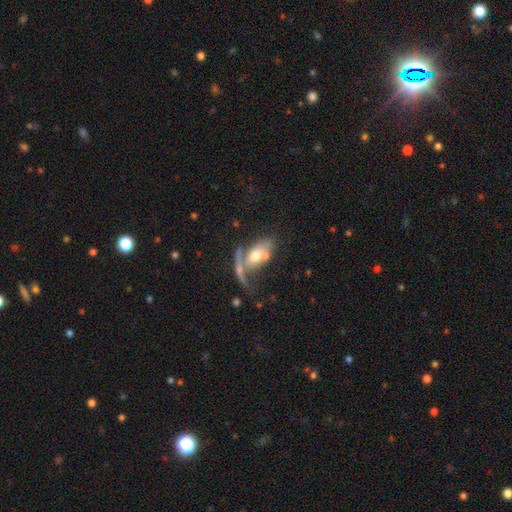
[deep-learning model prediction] Overall: smooth (51%; featured or disk 41%). How rounded: in between (78%). Merging: merger (44%; none 26%).